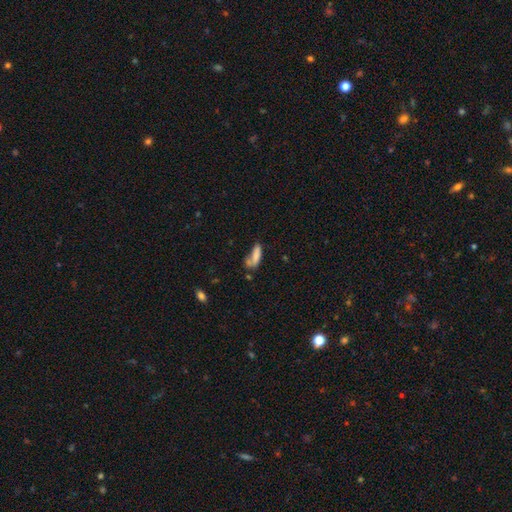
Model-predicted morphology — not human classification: This appears to be a smooth galaxy with no disk features (76%) that is in between round and cigar-shaped (54%). Merging: none (37%).